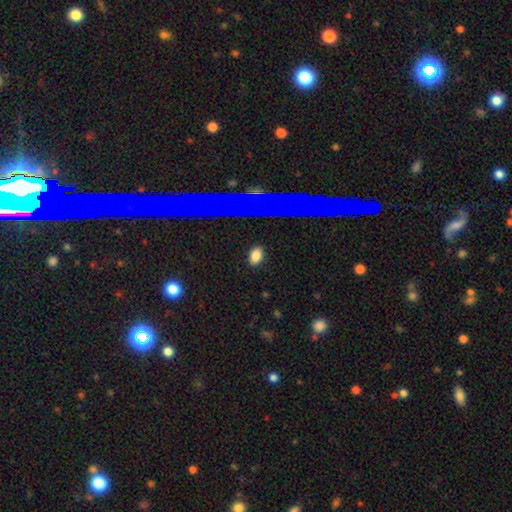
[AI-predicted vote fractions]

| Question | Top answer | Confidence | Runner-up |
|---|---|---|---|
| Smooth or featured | smooth | 80% | star or artifact (12%) |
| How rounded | in between | 83% | round (13%) |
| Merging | none | 87% | minor disturbance (9%) |